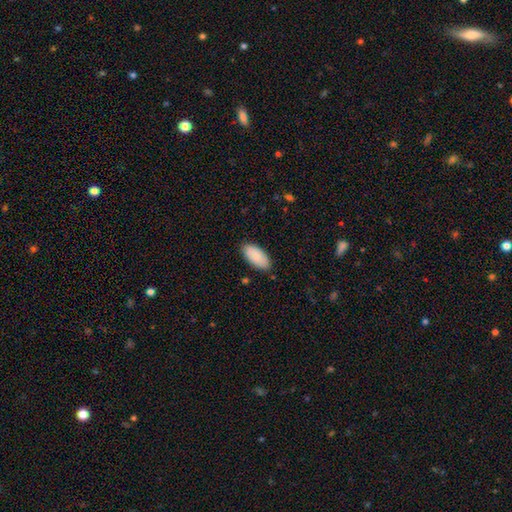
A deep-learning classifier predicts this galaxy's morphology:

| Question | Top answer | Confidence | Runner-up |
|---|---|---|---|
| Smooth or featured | smooth | 88% | featured or disk (6%) |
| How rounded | in between | 93% | cigar-shaped (6%) |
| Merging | none | 86% | minor disturbance (11%) |